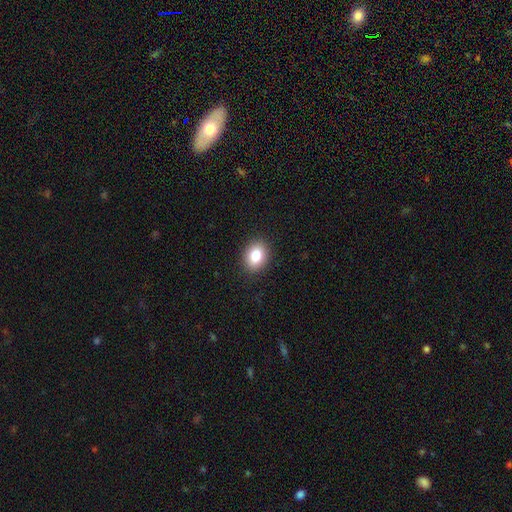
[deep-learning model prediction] smooth 83%, star or artifact 9%, featured or disk 8%. Down the decision tree: how rounded — in between (63%); merging — none (90%).